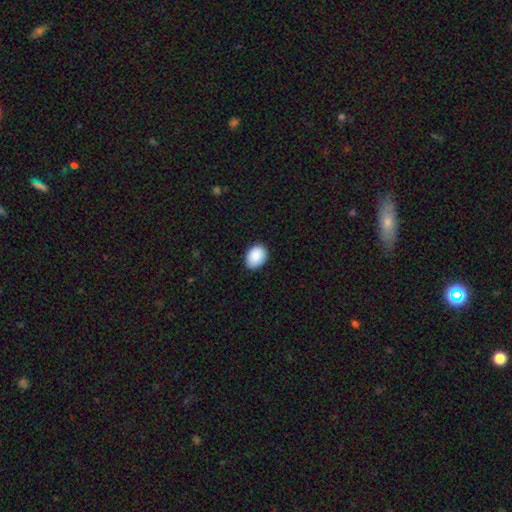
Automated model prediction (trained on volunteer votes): Smooth or featured: smooth — 90% (star or artifact — 6%)
How rounded: in between — 77% (round — 22%)
Merging: none — 85% (minor disturbance — 13%)